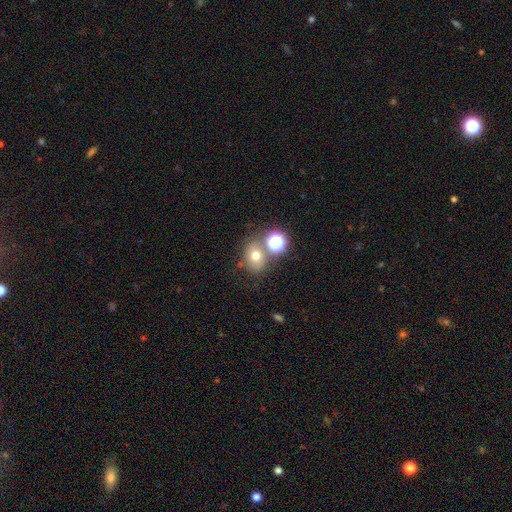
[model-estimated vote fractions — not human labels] smooth-or-featured: smooth: 67% | star or artifact: 19% | featured or disk: 14%
  how-rounded: round: 58% | in between: 41% | cigar-shaped: 1%
  merging: none: 59% | merger: 22% | minor disturbance: 13% | major disturbance: 6%